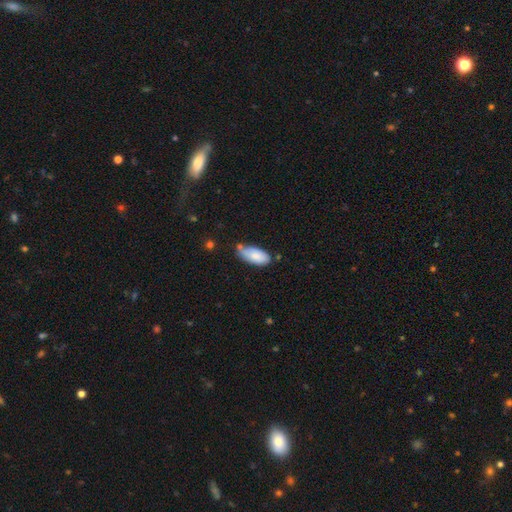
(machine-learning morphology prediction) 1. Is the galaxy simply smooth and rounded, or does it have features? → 81% smooth, 13% featured or disk, 6% star or artifact.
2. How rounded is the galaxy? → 90% in between, 9% cigar-shaped, 2% round.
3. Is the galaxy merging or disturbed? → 54% none, 31% minor disturbance, 9% merger, 6% major disturbance.